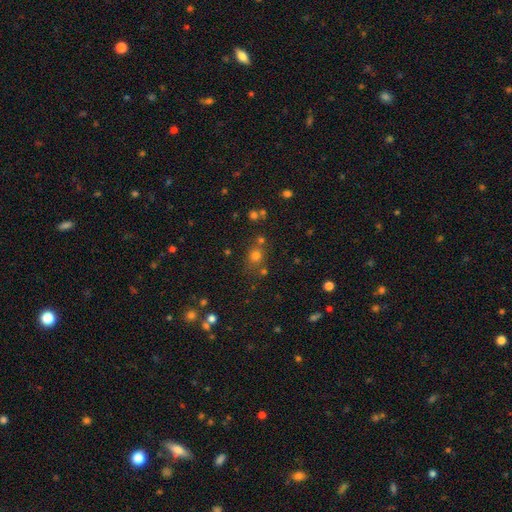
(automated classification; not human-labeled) Morphology: type=smooth (70%); roundness=round (80%); merging=none (70%).